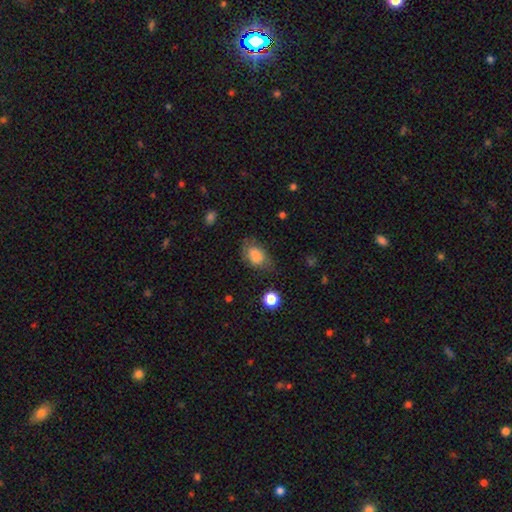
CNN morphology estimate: A smooth galaxy with no disk features (79%) that is in between round and cigar-shaped (84%).

Vote fractions:
- Smooth or featured? smooth: 79% / featured or disk: 12% / star or artifact: 9%
- How rounded? in between: 84% / round: 14% / cigar-shaped: 2%
- Merging? none: 56% / minor disturbance: 28% / major disturbance: 13% / merger: 3%